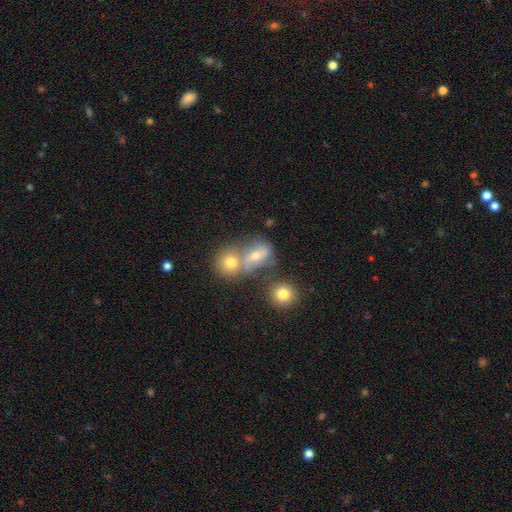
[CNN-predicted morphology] smooth_or_featured: smooth (p=0.53) [alt: featured or disk p=0.32]
how_rounded: round (p=0.58) [alt: in between p=0.40]
merging: merger (p=0.46) [alt: none p=0.35]